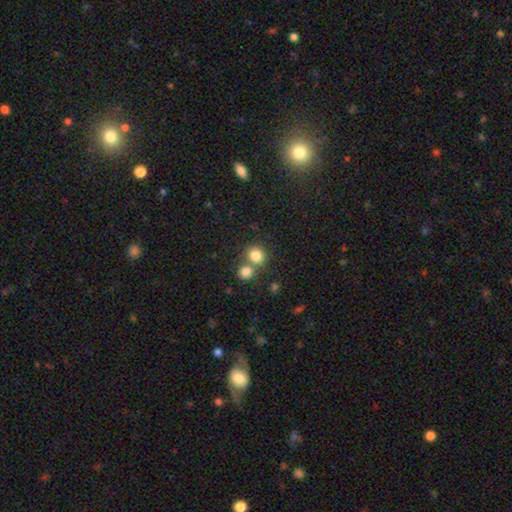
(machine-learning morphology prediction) Smooth or featured? smooth (82%)
How rounded? round (75%)
Merging? none (53%)